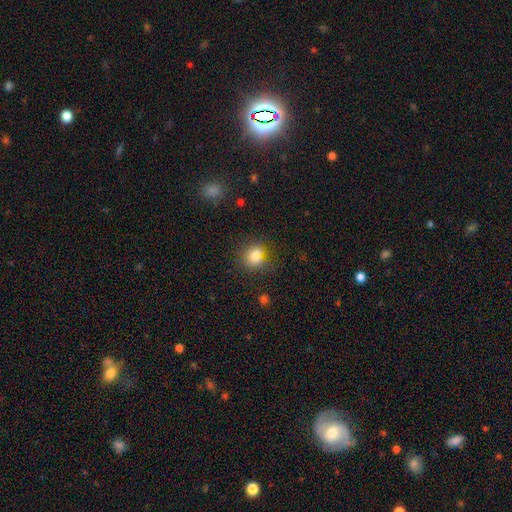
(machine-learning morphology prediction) Smooth or featured?
  - smooth: 80% *
  - star or artifact: 13%
  - featured or disk: 7%
How rounded?
  - round: 80% *
  - in between: 19%
  - cigar-shaped: 1%
Merging?
  - none: 76% *
  - minor disturbance: 14%
  - merger: 6%
  - major disturbance: 4%